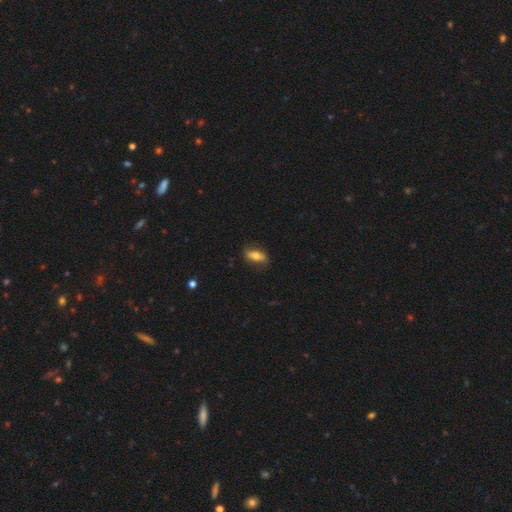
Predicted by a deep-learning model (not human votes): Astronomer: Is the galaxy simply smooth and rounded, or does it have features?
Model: smooth — 63%.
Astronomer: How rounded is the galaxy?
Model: in between — 77%.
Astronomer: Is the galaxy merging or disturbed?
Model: none — 77%.